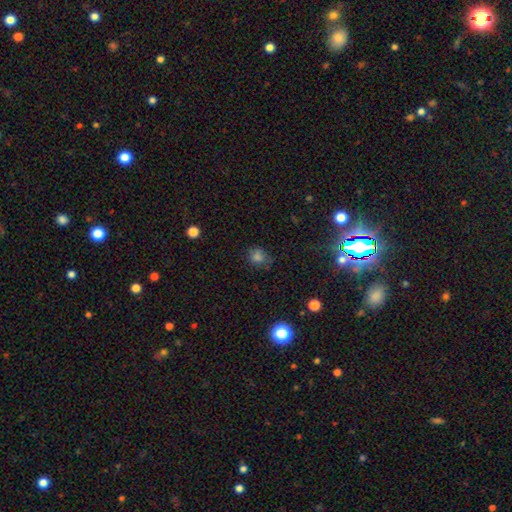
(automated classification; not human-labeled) Smooth or featured?
  - smooth: 62% *
  - star or artifact: 29%
  - featured or disk: 8%
How rounded?
  - round: 76% *
  - in between: 23%
  - cigar-shaped: 1%
Merging?
  - none: 76% *
  - minor disturbance: 16%
  - major disturbance: 6%
  - merger: 2%